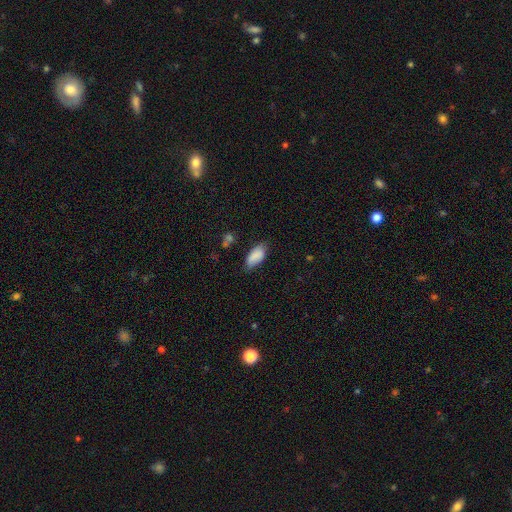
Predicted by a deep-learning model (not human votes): smooth-or-featured: smooth: 86% | featured or disk: 7% | star or artifact: 7%
  how-rounded: in between: 91% | cigar-shaped: 7% | round: 2%
  merging: none: 65% | minor disturbance: 27% | major disturbance: 5% | merger: 2%